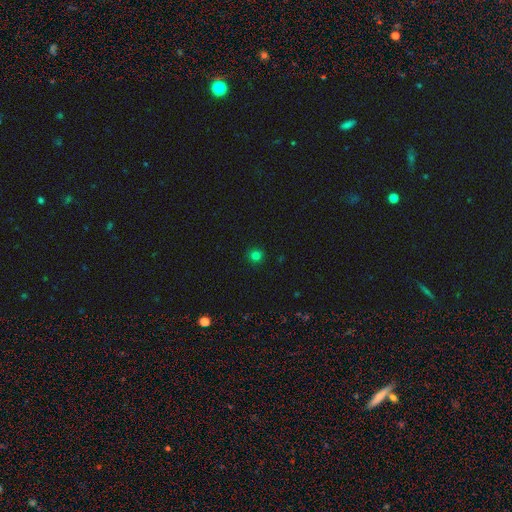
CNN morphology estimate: Smooth or featured?
  - smooth: 79% *
  - star or artifact: 17%
  - featured or disk: 4%
How rounded?
  - round: 92% *
  - in between: 7%
  - cigar-shaped: 1%
Merging?
  - none: 91% *
  - minor disturbance: 6%
  - major disturbance: 2%
  - merger: 1%